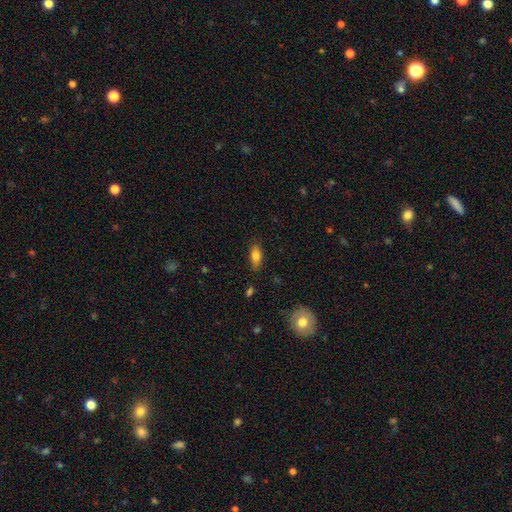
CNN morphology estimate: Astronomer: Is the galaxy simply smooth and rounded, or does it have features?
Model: smooth — 77%.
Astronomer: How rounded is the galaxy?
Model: in between — 78%.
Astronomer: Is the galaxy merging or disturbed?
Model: none — 81%.